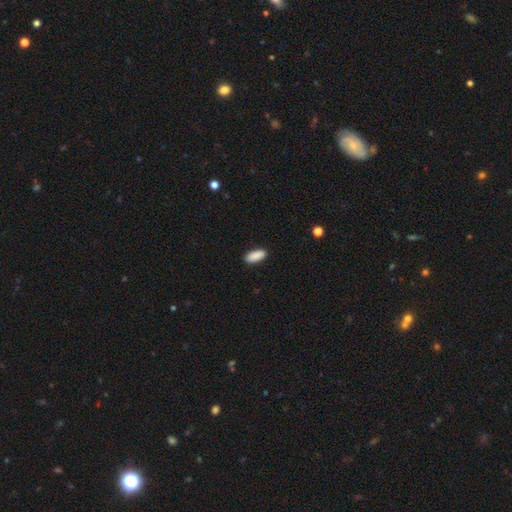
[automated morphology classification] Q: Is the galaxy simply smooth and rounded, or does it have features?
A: smooth — 91%.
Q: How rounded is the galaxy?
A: in between — 84%.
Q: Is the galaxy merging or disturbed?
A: none — 89%.